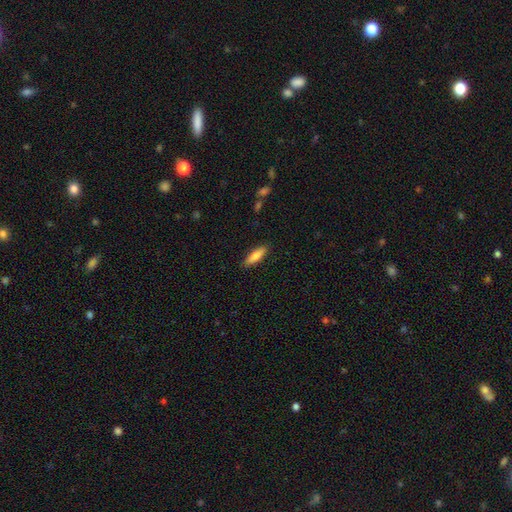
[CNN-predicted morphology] smooth 81%, featured or disk 13%, star or artifact 6%. Down the decision tree: how rounded — cigar-shaped (61%); merging — none (88%).